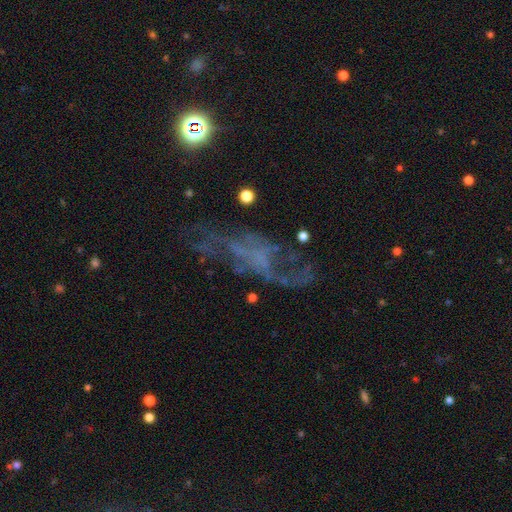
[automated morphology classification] This is likely a featured or disk galaxy (63%). It is clearly not viewed edge-on (91%). Bar: likely no (73%). Spiral arm pattern: possibly yes (50%, tied with no). Central bulge: likely none (74%). Merging: possibly none (46%).